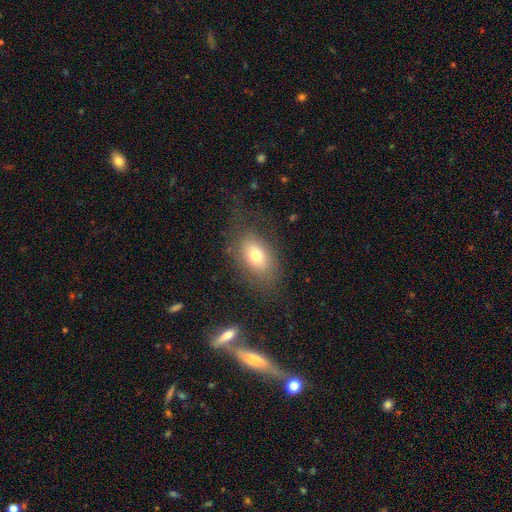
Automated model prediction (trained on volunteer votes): Smooth or featured: smooth — 72% (featured or disk — 18%)
How rounded: in between — 86% (round — 12%)
Merging: none — 69% (minor disturbance — 17%)